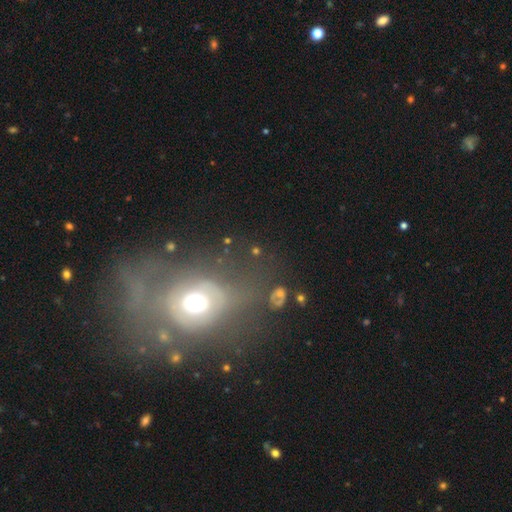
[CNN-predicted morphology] featured or disk 45%, smooth 32%, star or artifact 23%. Down the decision tree: merging — none (44%).